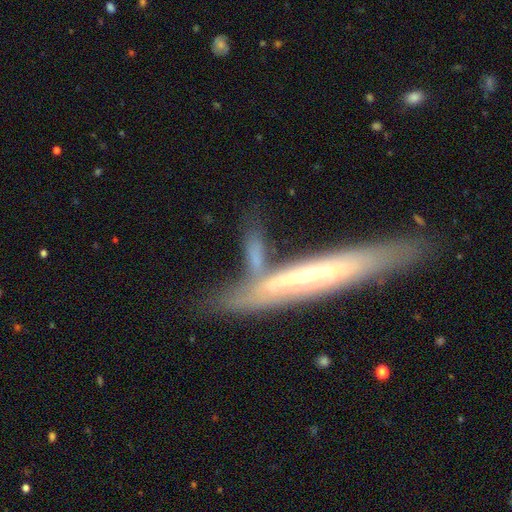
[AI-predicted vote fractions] Smooth or featured? Predicted: featured or disk (p=0.53). Edge-on disk? Predicted: yes (p=0.67). Merging? Predicted: none (p=0.42).